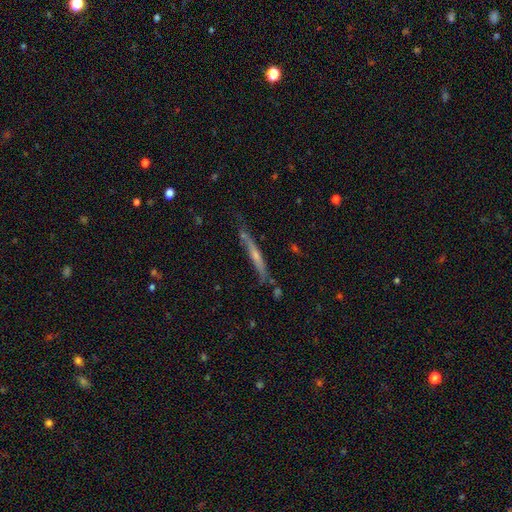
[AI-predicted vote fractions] This appears to be a featured or disk galaxy (59%) viewed edge-on (92%) with a rounded central bulge (48%). Merging: none (67%).